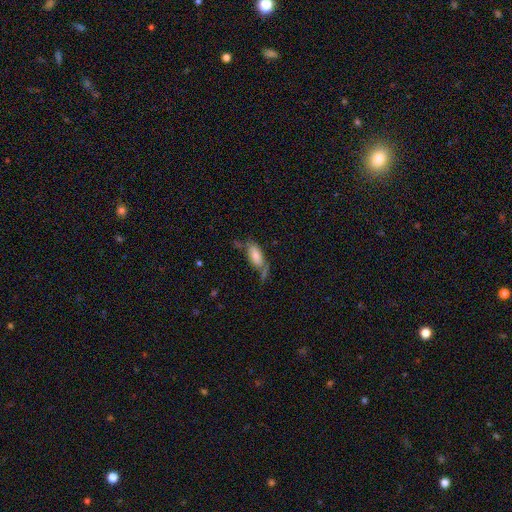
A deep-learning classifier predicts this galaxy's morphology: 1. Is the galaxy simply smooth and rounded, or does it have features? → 71% smooth, 22% featured or disk, 7% star or artifact.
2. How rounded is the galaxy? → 83% in between, 14% cigar-shaped, 3% round.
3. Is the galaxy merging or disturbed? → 41% none, 25% minor disturbance, 18% merger, 17% major disturbance.